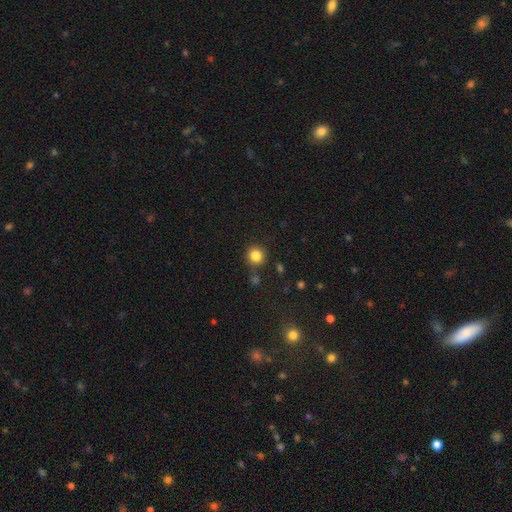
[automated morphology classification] A smooth galaxy with no disk features (84%) that is round (90%).

Vote fractions:
- Smooth or featured? smooth: 84% / star or artifact: 11% / featured or disk: 5%
- How rounded? round: 90% / in between: 9% / cigar-shaped: 1%
- Merging? none: 81% / minor disturbance: 10% / merger: 6% / major disturbance: 3%